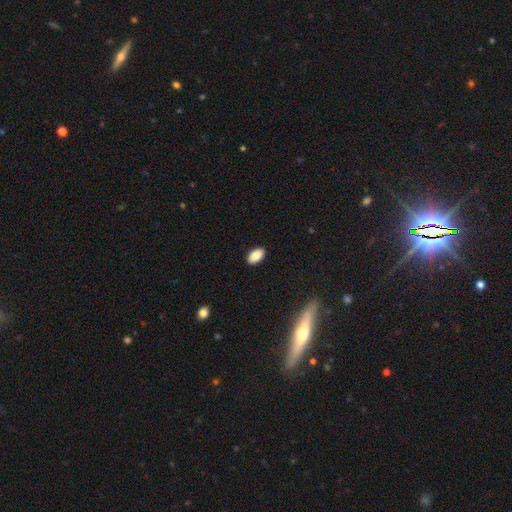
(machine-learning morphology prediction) smooth_or_featured: smooth (p=0.88) [alt: star or artifact p=0.07]
how_rounded: in between (p=0.93) [alt: round p=0.04]
merging: none (p=0.90) [alt: minor disturbance p=0.08]